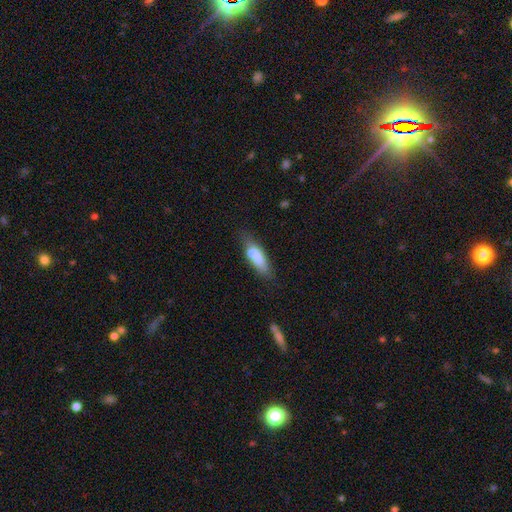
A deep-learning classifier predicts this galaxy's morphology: A smooth galaxy with no disk features (77%) that is in between round and cigar-shaped (55%).

Vote fractions:
- Smooth or featured? smooth: 77% / featured or disk: 15% / star or artifact: 8%
- How rounded? in between: 55% / cigar-shaped: 43% / round: 2%
- Merging? none: 50% / minor disturbance: 31% / major disturbance: 12% / merger: 7%